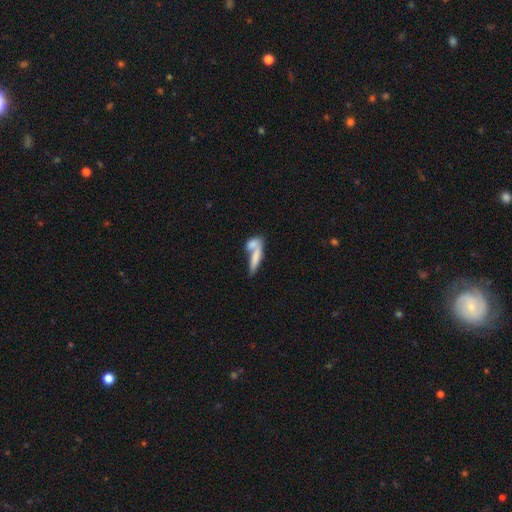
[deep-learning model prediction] Smooth or featured: smooth — 74% (featured or disk — 19%)
How rounded: cigar-shaped — 55% (in between — 42%)
Merging: merger — 60% (none — 26%)